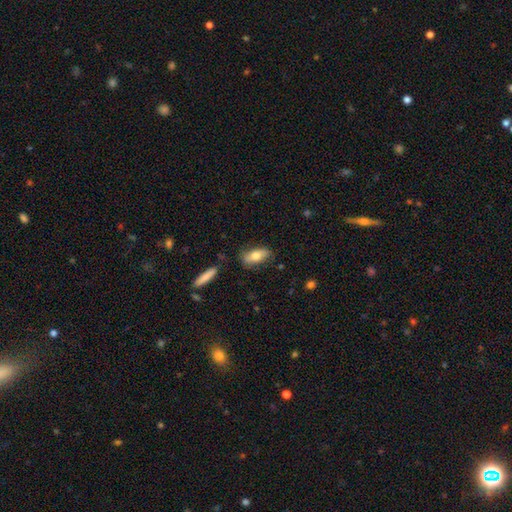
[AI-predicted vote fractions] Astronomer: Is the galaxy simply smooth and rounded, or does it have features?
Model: smooth — 71%.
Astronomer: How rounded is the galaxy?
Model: in between — 83%.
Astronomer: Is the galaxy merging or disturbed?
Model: none — 76%.